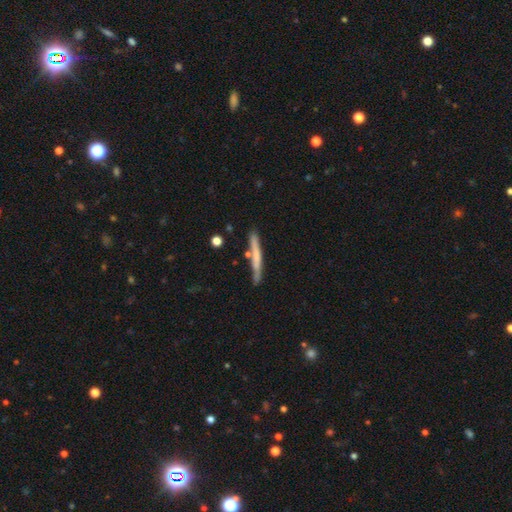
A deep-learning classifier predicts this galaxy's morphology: Smooth or featured? smooth (56%)
How rounded? cigar-shaped (95%)
Merging? none (76%)